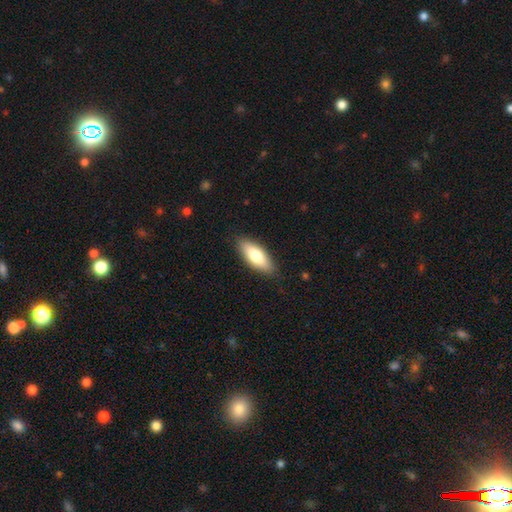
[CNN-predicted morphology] Overall: smooth (75%). How rounded: in between (71%). Merging: none (85%).